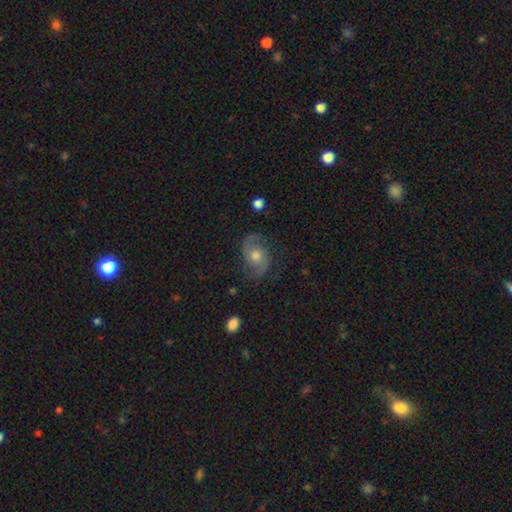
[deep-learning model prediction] Smooth or featured?
  - featured or disk: 73% *
  - smooth: 18%
  - star or artifact: 9%
Edge-on disk?
  - no: 97% *
  - yes: 3%
Bar?
  - no: 73% *
  - weak: 23%
  - strong: 4%
Spiral arms?
  - yes: 92% *
  - no: 8%
Spiral winding?
  - medium: 49% *
  - loose: 31%
  - tight: 20%
Spiral arm count?
  - 2: 89% *
  - can't tell: 5%
  - 1: 3%
  - 3: 1%
  - 4: 1%
  - more than 4: 1%
Bulge size?
  - moderate: 69% *
  - small: 19%
  - large: 9%
  - none: 2%
  - dominant: 1%
Merging?
  - none: 76% *
  - minor disturbance: 16%
  - major disturbance: 7%
  - merger: 1%